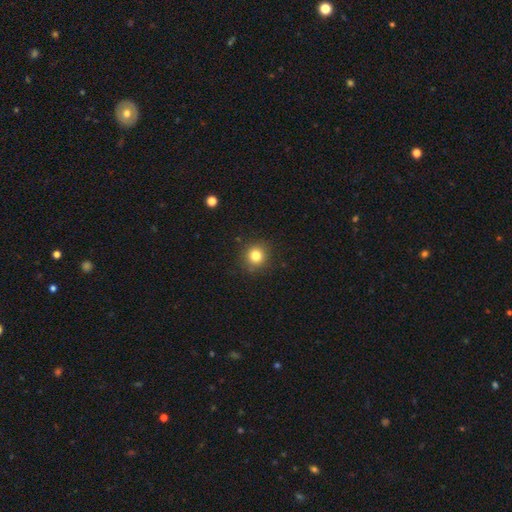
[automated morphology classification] Smooth or featured? smooth (81%)
How rounded? round (91%)
Merging? none (89%)